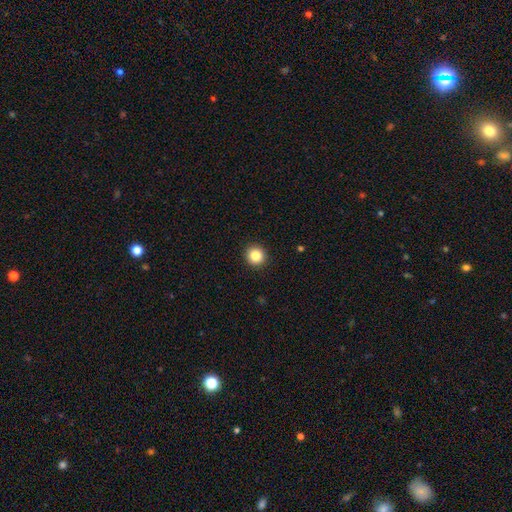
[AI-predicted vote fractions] Overall: smooth (85%). How rounded: round (93%). Merging: none (93%).